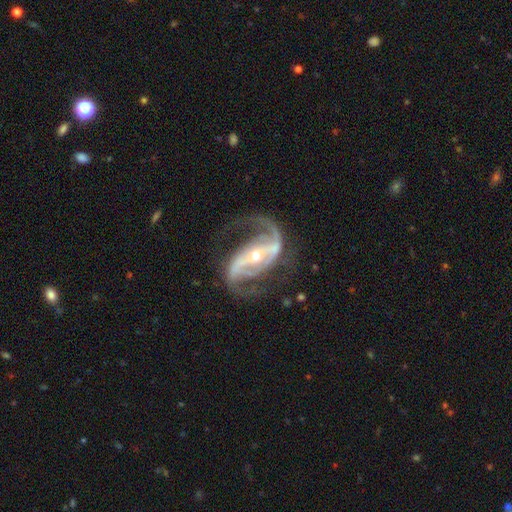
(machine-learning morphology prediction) Smooth or featured: featured or disk — 92% (star or artifact — 5%)
Edge-on disk: no — 97% (yes — 3%)
Bar: strong — 61% (weak — 25%)
Spiral arms: yes — 98% (no — 2%)
Spiral winding: medium — 48% (loose — 41%)
Spiral arm count: 2 — 91% (3 — 2%)
Bulge size: small — 55% (moderate — 41%)
Merging: none — 71% (minor disturbance — 14%)